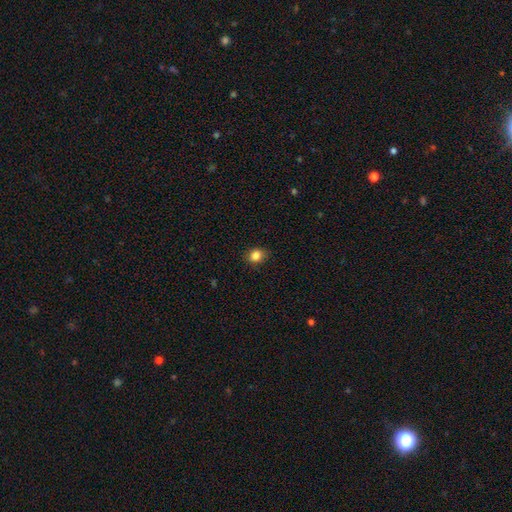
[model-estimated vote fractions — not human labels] Smooth or featured?
  - smooth: 85% *
  - star or artifact: 11%
  - featured or disk: 4%
How rounded?
  - round: 66% *
  - in between: 33%
  - cigar-shaped: 1%
Merging?
  - none: 85% *
  - minor disturbance: 12%
  - major disturbance: 3%
  - merger: 1%